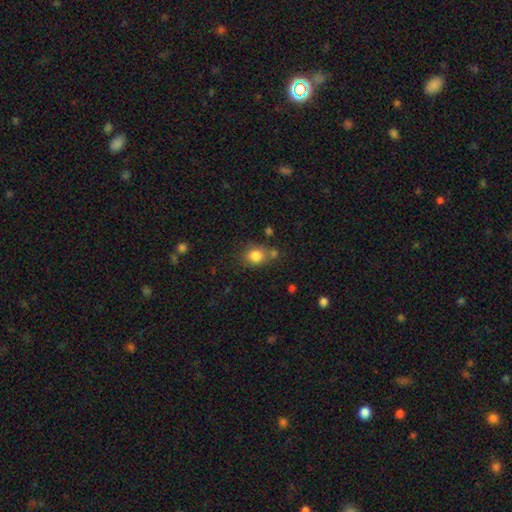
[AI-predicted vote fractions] A smooth galaxy with no disk features (83%) that is round (70%).

Vote fractions:
- Smooth or featured? smooth: 83% / star or artifact: 10% / featured or disk: 7%
- How rounded? round: 70% / in between: 29% / cigar-shaped: 1%
- Merging? none: 63% / minor disturbance: 17% / merger: 15% / major disturbance: 6%